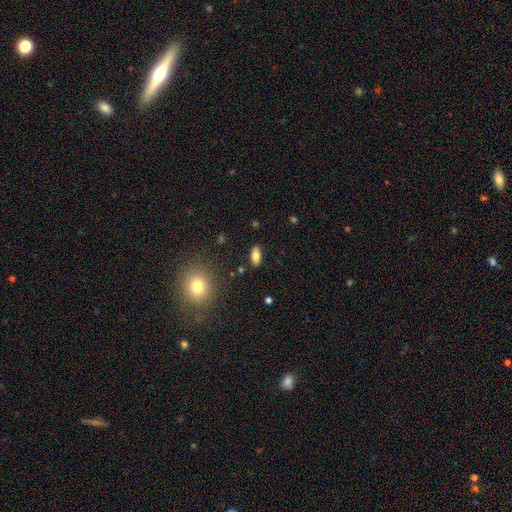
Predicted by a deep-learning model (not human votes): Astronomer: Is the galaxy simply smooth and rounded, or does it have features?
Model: smooth — 79%.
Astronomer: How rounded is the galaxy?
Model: in between — 89%.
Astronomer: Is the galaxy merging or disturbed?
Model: none — 87%.